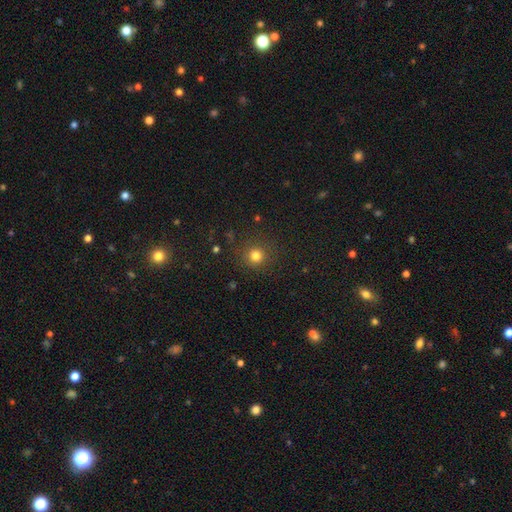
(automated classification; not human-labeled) A smooth galaxy with no disk features (80%) that is round (92%). Merging: none (87%).